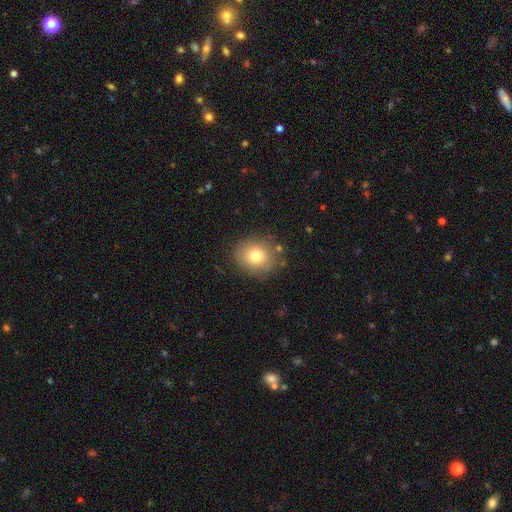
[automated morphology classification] type=smooth (77%); roundness=round (80%); merging=none (83%).